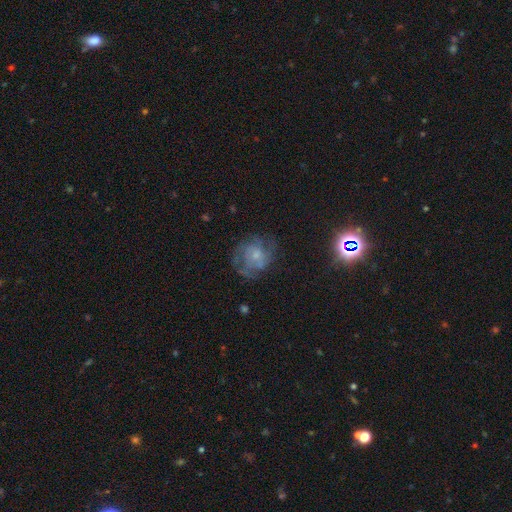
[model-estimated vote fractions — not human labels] Q: Smooth or featured?
A: featured or disk (57%); runner-up: smooth (32%)
Q: Edge-on disk?
A: no (98%); runner-up: yes (2%)
Q: Bar?
A: no (81%); runner-up: weak (17%)
Q: Spiral arms?
A: yes (65%); runner-up: no (35%)
Q: Bulge size?
A: small (51%); runner-up: moderate (34%)
Q: Merging?
A: none (58%); runner-up: minor disturbance (22%)